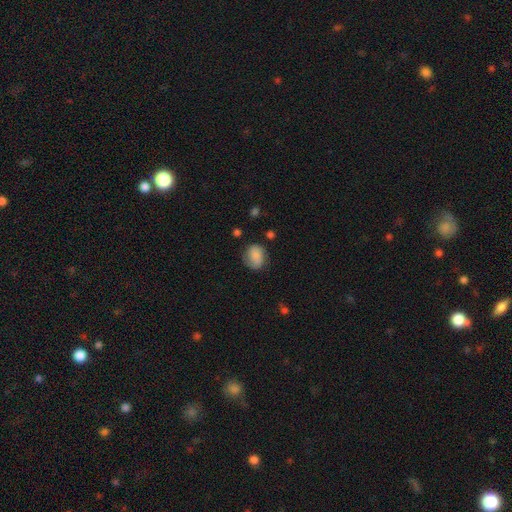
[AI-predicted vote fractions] Q: Smooth or featured?
A: smooth (76%); runner-up: featured or disk (15%)
Q: How rounded?
A: round (50%); runner-up: in between (49%)
Q: Merging?
A: none (68%); runner-up: minor disturbance (23%)